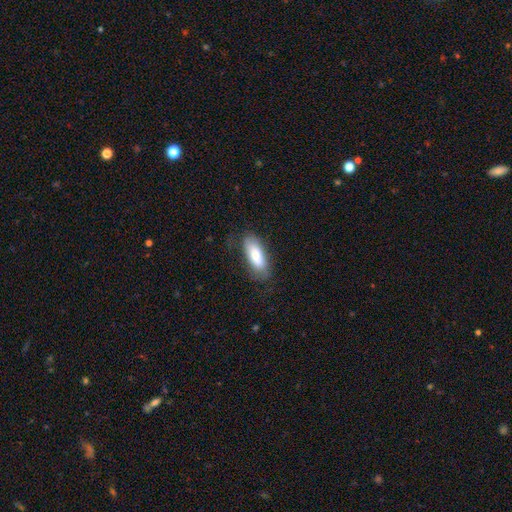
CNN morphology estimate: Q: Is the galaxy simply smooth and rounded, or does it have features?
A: smooth — 77%.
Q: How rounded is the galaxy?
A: in between — 78%.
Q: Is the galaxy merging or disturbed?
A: none — 70%.